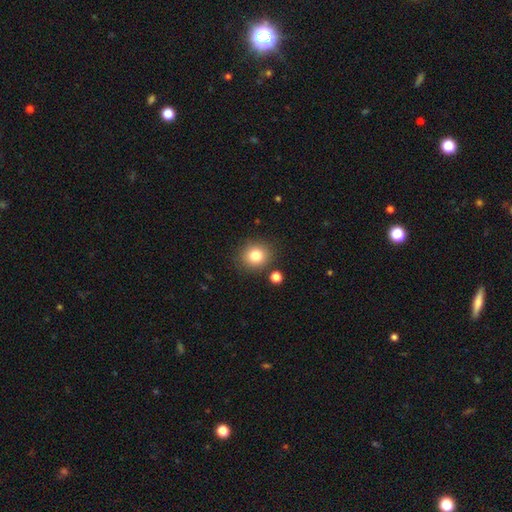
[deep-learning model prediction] A smooth galaxy with no disk features (81%) that is round (83%).

Vote fractions:
- Smooth or featured? smooth: 81% / star or artifact: 12% / featured or disk: 8%
- How rounded? round: 83% / in between: 16% / cigar-shaped: 1%
- Merging? none: 85% / minor disturbance: 8% / merger: 4% / major disturbance: 3%